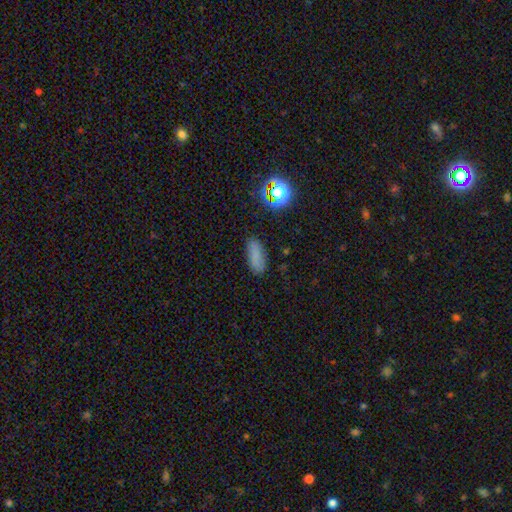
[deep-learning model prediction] Q: Smooth or featured?
A: smooth (78%); runner-up: star or artifact (15%)
Q: How rounded?
A: in between (75%); runner-up: cigar-shaped (20%)
Q: Merging?
A: none (81%); runner-up: minor disturbance (13%)